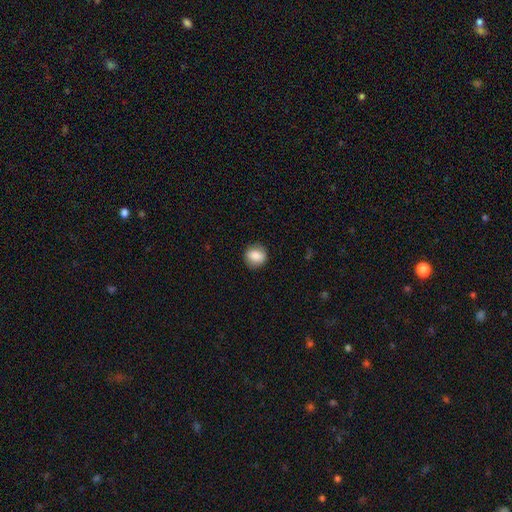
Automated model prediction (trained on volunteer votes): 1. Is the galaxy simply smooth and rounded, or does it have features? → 84% smooth, 8% star or artifact, 8% featured or disk.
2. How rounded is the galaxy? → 78% round, 21% in between, 1% cigar-shaped.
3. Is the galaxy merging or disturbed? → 88% none, 9% minor disturbance, 2% major disturbance, 1% merger.